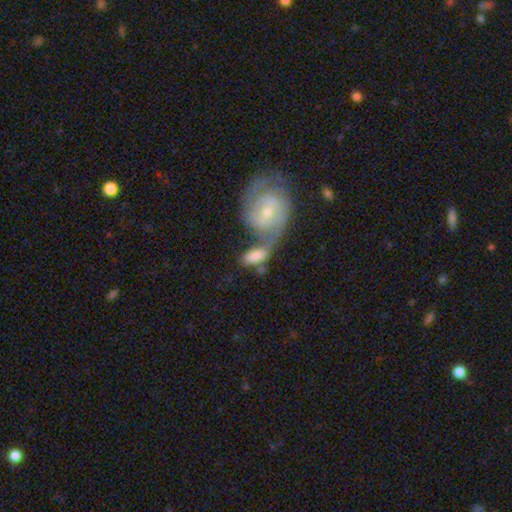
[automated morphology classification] type=smooth (61%); roundness=in between (87%); merging=merger (54%).